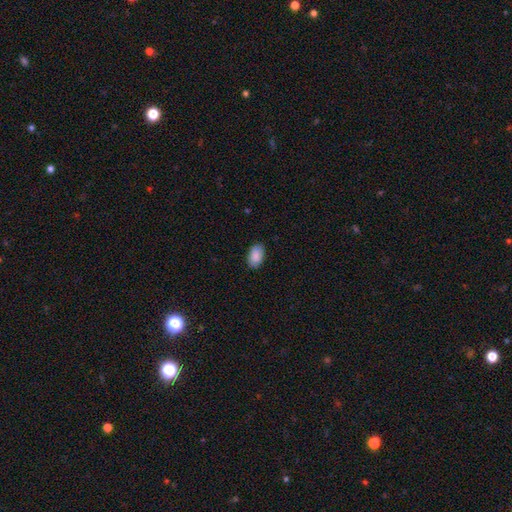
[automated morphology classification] Smooth or featured? smooth (89%)
How rounded? in between (93%)
Merging? none (88%)